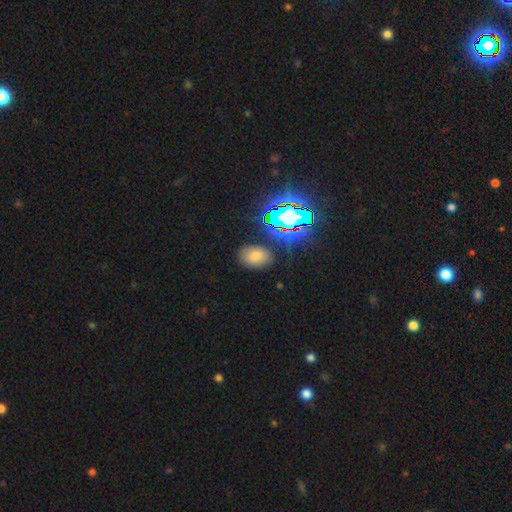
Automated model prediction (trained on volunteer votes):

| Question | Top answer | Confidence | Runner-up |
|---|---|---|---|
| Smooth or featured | smooth | 60% | star or artifact (30%) |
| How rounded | in between | 83% | round (16%) |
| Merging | none | 81% | minor disturbance (12%) |